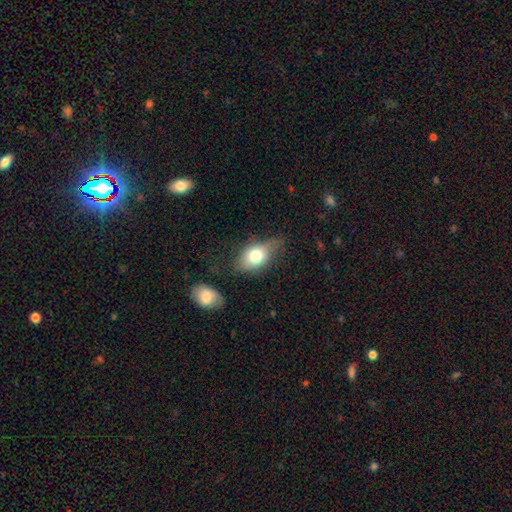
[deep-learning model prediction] Smooth or featured?
  - smooth: 72% *
  - featured or disk: 20%
  - star or artifact: 8%
How rounded?
  - in between: 81% *
  - round: 15%
  - cigar-shaped: 4%
Merging?
  - none: 53% *
  - minor disturbance: 31%
  - major disturbance: 11%
  - merger: 5%